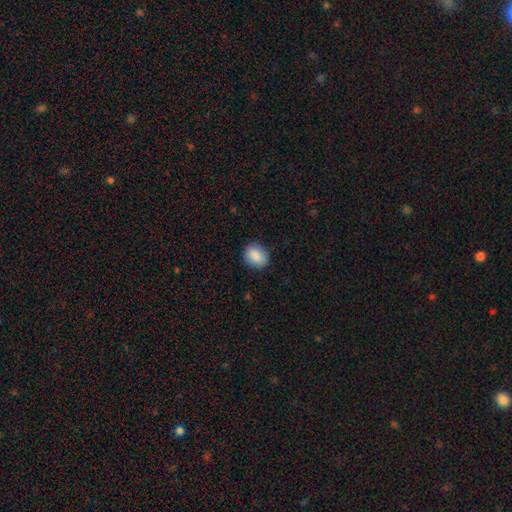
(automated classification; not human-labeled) Smooth or featured? smooth (88%)
How rounded? round (59%)
Merging? none (88%)